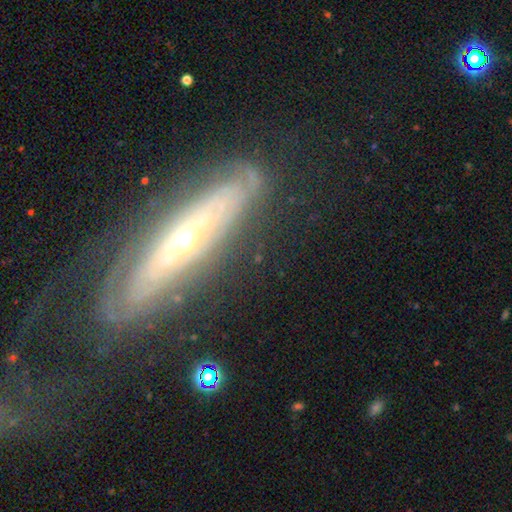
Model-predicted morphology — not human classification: A featured or disk galaxy (79%). Merging: none (76%).